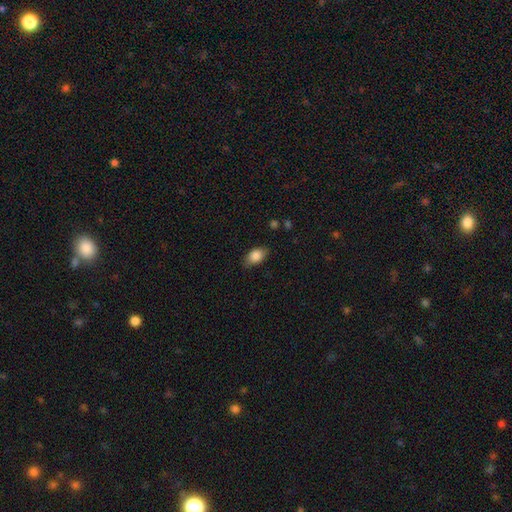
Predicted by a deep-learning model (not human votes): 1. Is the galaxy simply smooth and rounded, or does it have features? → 84% smooth, 9% featured or disk, 8% star or artifact.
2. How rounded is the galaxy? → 86% in between, 11% round, 3% cigar-shaped.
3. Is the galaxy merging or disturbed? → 76% none, 19% minor disturbance, 4% major disturbance, 1% merger.